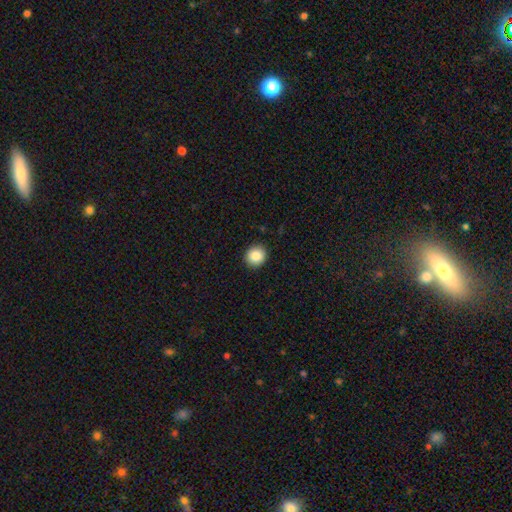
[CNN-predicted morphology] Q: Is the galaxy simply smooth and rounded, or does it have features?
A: smooth — 86%.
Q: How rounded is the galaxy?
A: round — 87%.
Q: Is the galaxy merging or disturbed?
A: none — 91%.